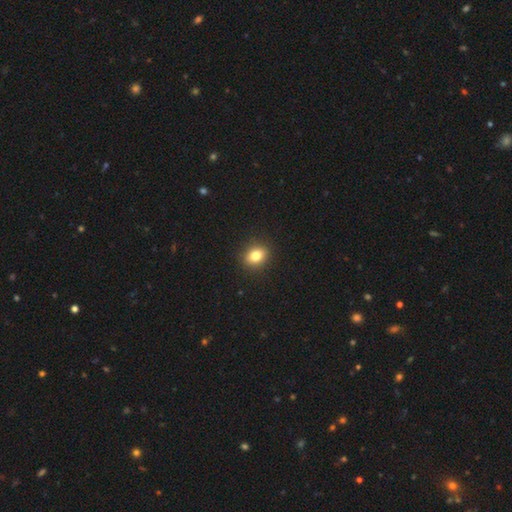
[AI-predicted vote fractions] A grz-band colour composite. It shows a smooth galaxy with no disk features (83%) that is in between round and cigar-shaped (52%). Merging: none (91%).